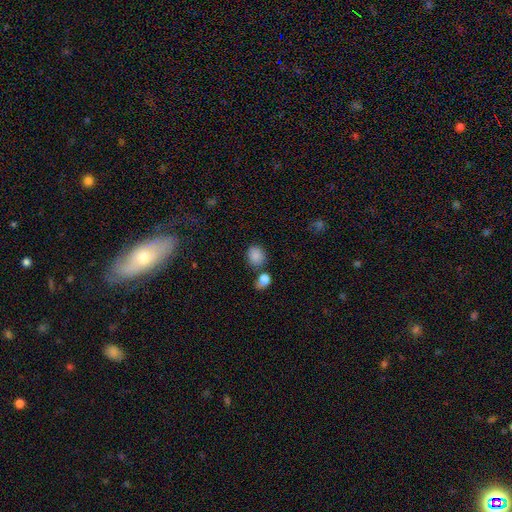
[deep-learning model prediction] smooth_or_featured: smooth (p=0.85) [alt: star or artifact p=0.10]
how_rounded: round (p=0.62) [alt: in between p=0.37]
merging: none (p=0.67) [alt: minor disturbance p=0.15]